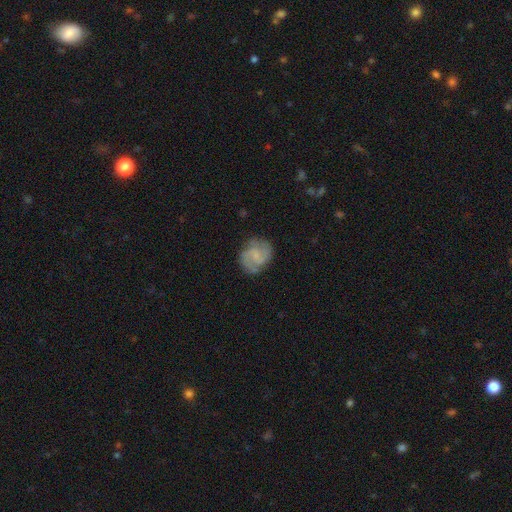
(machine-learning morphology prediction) A featured or disk galaxy (70%) with no bar (52%), 2 (81%) medium (51%) spiral arms (94%) and a small central bulge (45%).

Vote fractions:
- Smooth or featured? featured or disk: 70% / smooth: 23% / star or artifact: 6%
- Edge-on disk? no: 98% / yes: 2%
- Bar? no: 52% / weak: 41% / strong: 7%
- Spiral arms? yes: 94% / no: 6%
- Spiral winding? medium: 51% / tight: 29% / loose: 19%
- Spiral arm count? 2: 81% / can't tell: 9% / 3: 5% / 1: 2% / 4: 2% / more than 4: 2%
- Bulge size? small: 45% / none: 36% / moderate: 16% / large: 2% / dominant: 1%
- Merging? none: 74% / minor disturbance: 18% / major disturbance: 7% / merger: 2%